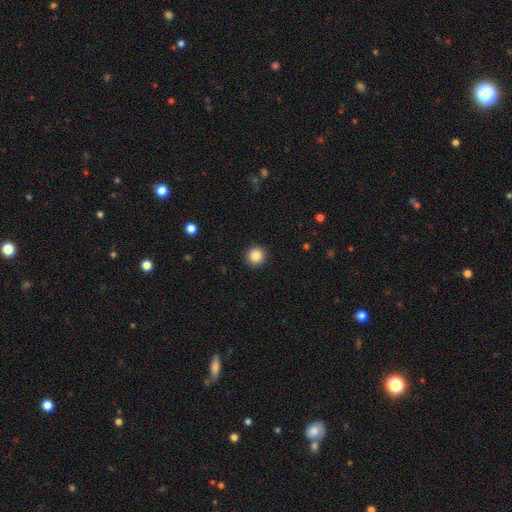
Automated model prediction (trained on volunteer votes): This appears to be a smooth galaxy with no disk features (87%) that is round (96%). Merging: none (93%).